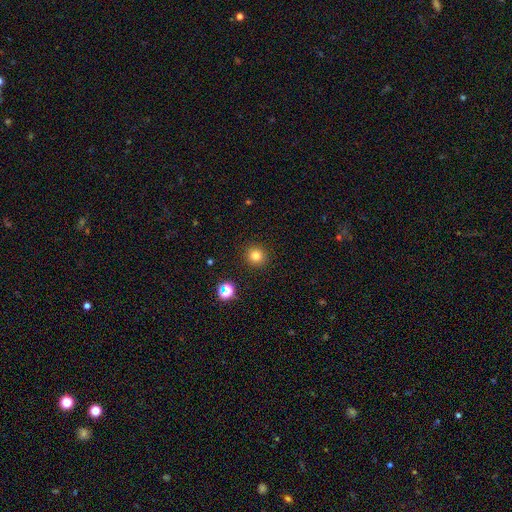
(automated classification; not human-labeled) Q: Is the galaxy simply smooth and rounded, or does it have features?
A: smooth — 80%.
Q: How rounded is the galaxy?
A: round — 92%.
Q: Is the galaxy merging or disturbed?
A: none — 91%.